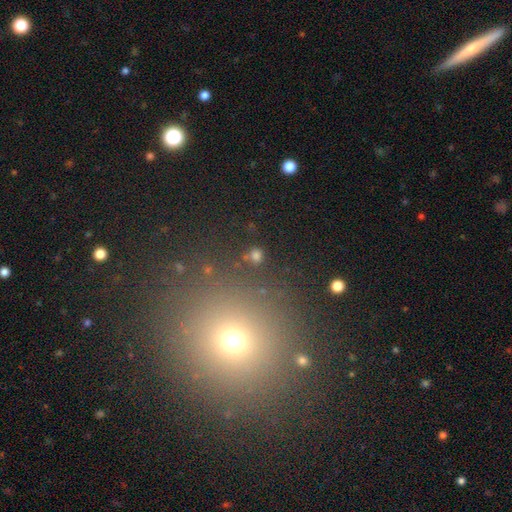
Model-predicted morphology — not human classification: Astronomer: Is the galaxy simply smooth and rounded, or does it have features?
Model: smooth — 71%.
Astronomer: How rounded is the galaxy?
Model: round — 84%.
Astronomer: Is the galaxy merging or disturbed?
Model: none — 78%.